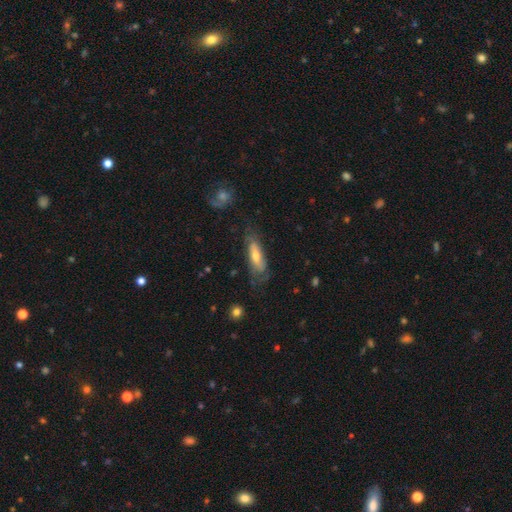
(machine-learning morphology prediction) smooth_or_featured: featured or disk (p=0.53) [alt: smooth p=0.40]
disk_edge_on: no (p=0.67) [alt: yes p=0.33]
merging: none (p=0.59) [alt: minor disturbance p=0.25]